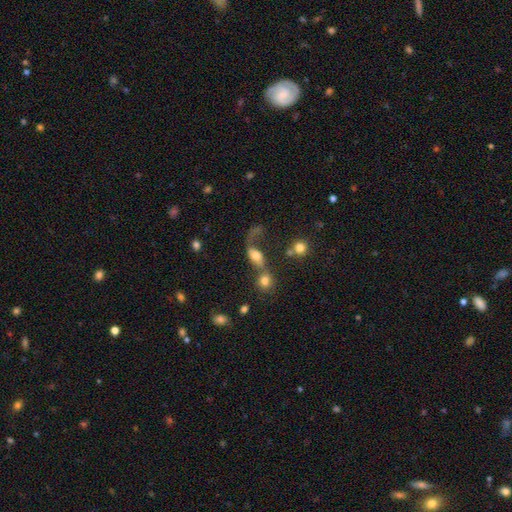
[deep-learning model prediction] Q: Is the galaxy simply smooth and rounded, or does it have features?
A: smooth — 56%.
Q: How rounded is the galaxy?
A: in between — 73%.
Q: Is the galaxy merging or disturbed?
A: merger — 36%.